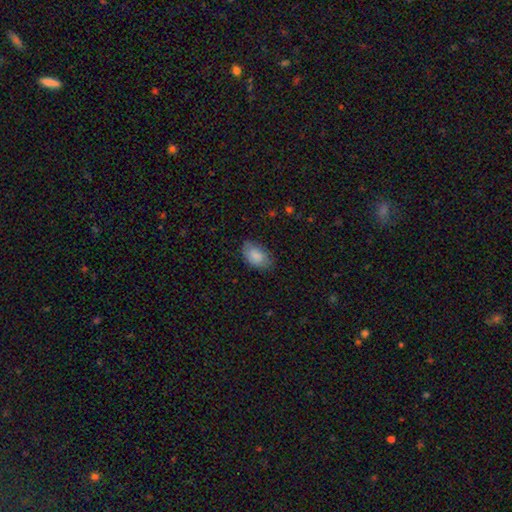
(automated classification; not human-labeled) A smooth galaxy with no disk features (84%) that is in between round and cigar-shaped (92%).

Vote fractions:
- Smooth or featured? smooth: 84% / featured or disk: 9% / star or artifact: 7%
- How rounded? in between: 92% / round: 7% / cigar-shaped: 1%
- Merging? none: 73% / minor disturbance: 22% / major disturbance: 5% / merger: 1%